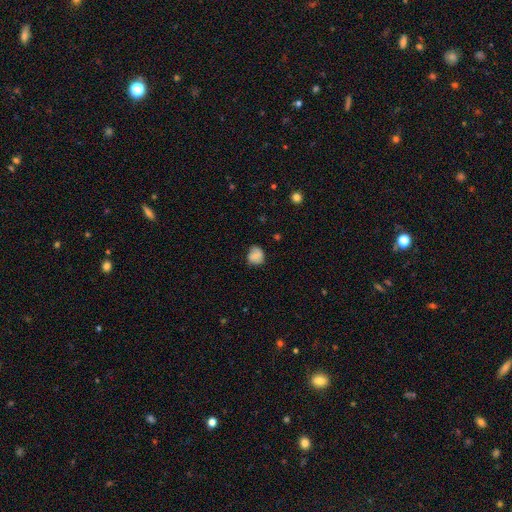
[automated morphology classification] type=smooth (71%); roundness=round (71%); merging=none (65%).